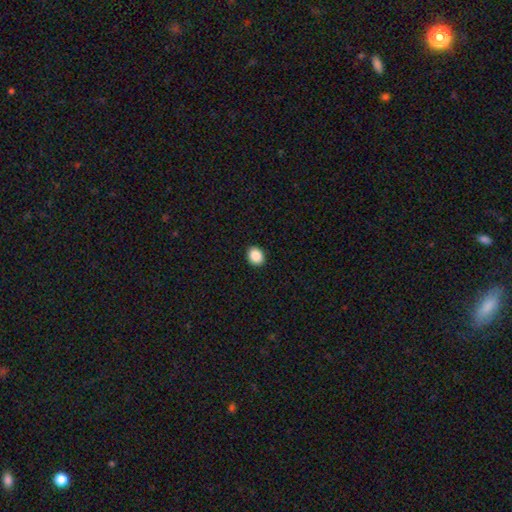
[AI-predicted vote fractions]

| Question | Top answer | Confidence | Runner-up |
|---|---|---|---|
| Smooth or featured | smooth | 89% | star or artifact (9%) |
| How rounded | round | 52% | in between (47%) |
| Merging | none | 92% | minor disturbance (5%) |